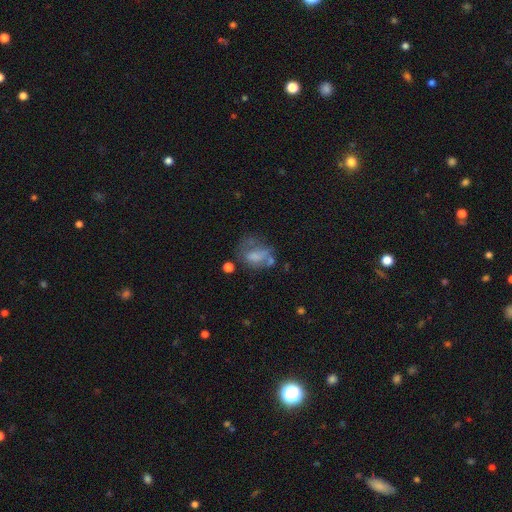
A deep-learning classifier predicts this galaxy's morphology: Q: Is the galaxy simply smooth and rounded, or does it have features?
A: smooth — 53%.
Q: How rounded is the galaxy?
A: in between — 73%.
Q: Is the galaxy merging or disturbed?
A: major disturbance — 34%.